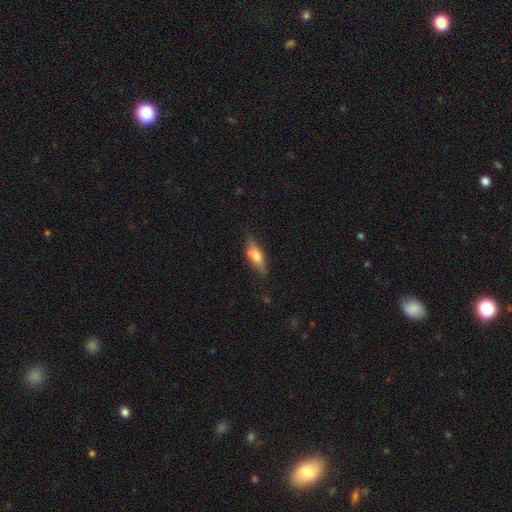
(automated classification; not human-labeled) Q: Smooth or featured?
A: smooth (61%); runner-up: featured or disk (32%)
Q: How rounded?
A: in between (60%); runner-up: cigar-shaped (36%)
Q: Merging?
A: none (68%); runner-up: minor disturbance (19%)